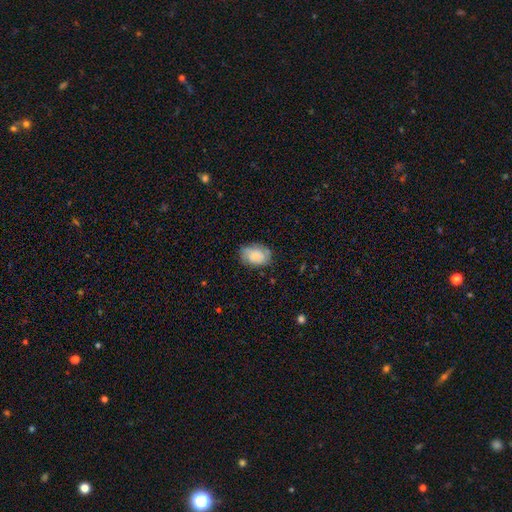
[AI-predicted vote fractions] The model was most divided on "merging": none: 66%, minor disturbance: 25%, major disturbance: 7%, merger: 2%. More confident: how rounded — in between (80%); smooth or featured — smooth (74%).